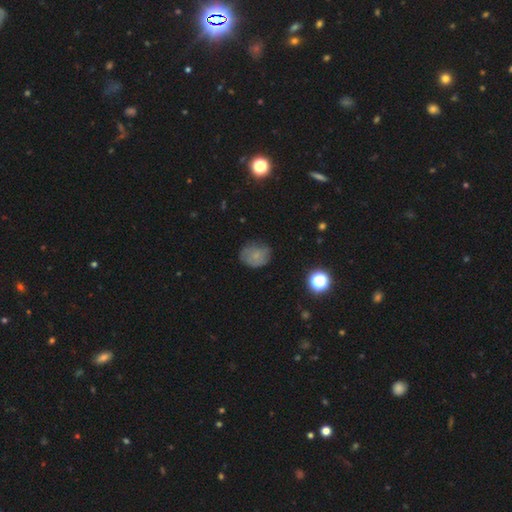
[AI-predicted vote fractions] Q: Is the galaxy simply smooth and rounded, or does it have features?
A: smooth — 63%.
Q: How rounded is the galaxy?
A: round — 61%.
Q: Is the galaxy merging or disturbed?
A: none — 63%.